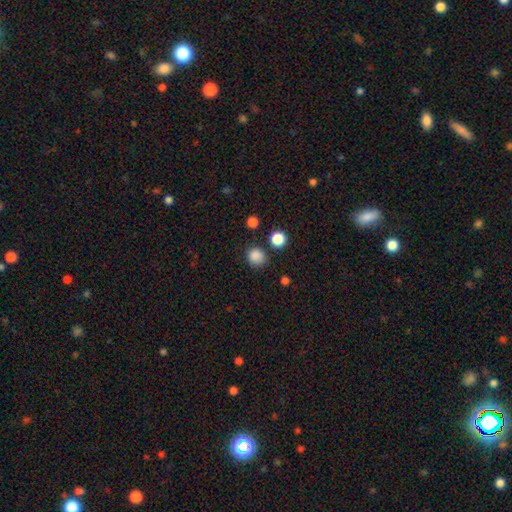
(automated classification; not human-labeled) smooth-or-featured: smooth: 85% | star or artifact: 12% | featured or disk: 3%
  how-rounded: round: 85% | in between: 14% | cigar-shaped: 1%
  merging: none: 82% | minor disturbance: 11% | merger: 4% | major disturbance: 3%